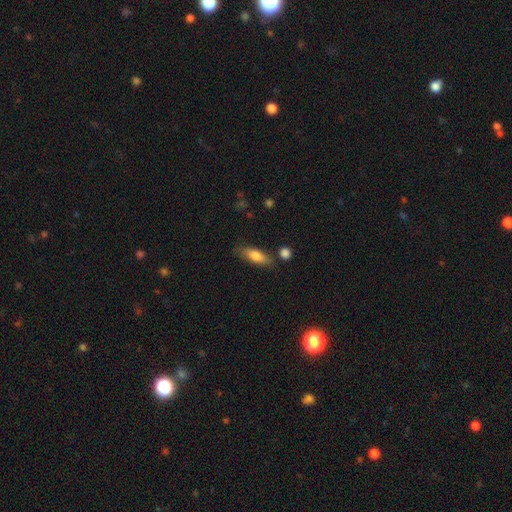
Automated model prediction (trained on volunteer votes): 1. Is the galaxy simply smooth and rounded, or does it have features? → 78% smooth, 16% featured or disk, 6% star or artifact.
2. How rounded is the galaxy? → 61% in between, 36% cigar-shaped, 3% round.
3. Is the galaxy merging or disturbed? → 74% none, 16% minor disturbance, 6% merger, 4% major disturbance.